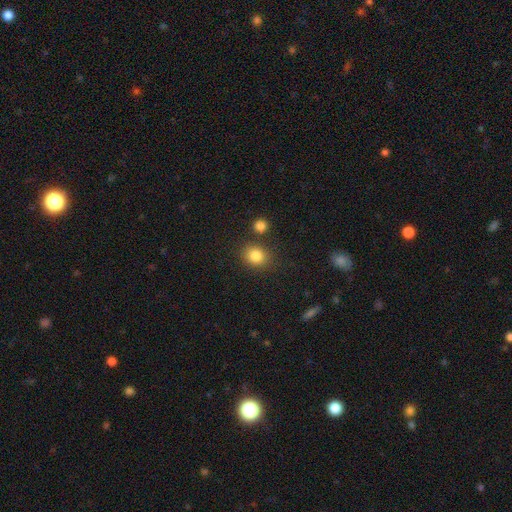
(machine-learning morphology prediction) Q: Smooth or featured?
A: smooth (83%); runner-up: star or artifact (11%)
Q: How rounded?
A: round (71%); runner-up: in between (28%)
Q: Merging?
A: none (79%); runner-up: minor disturbance (10%)